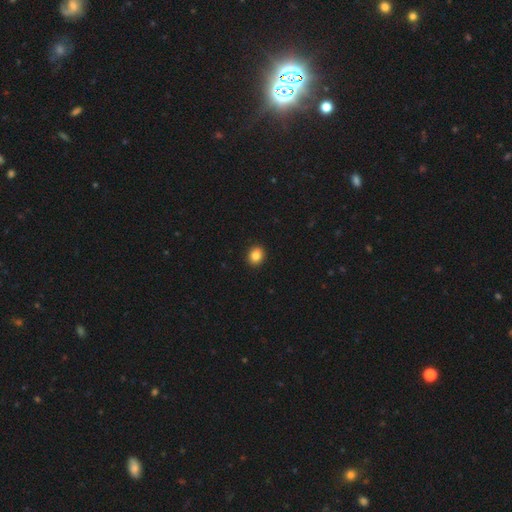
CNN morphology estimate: This is clearly a smooth galaxy (85%). How rounded: likely round (71%). Merging: clearly none (93%).